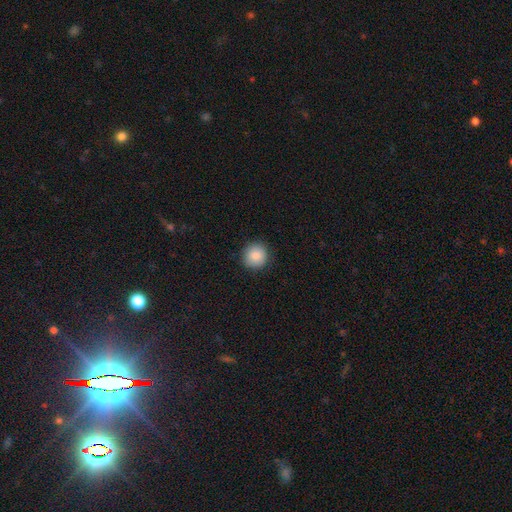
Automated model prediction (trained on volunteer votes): A smooth galaxy with no disk features (84%) that is round (93%). Merging: none (89%).